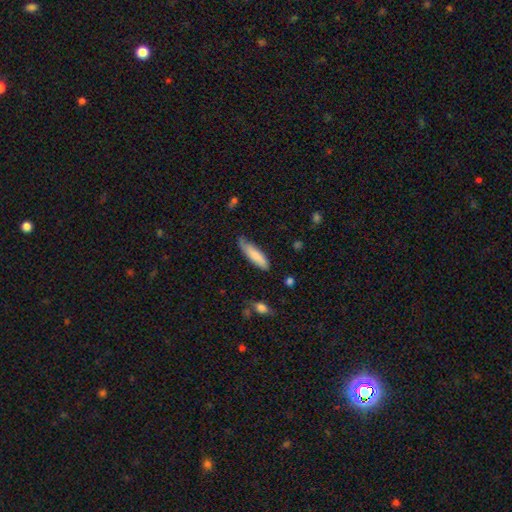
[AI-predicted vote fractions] smooth_or_featured: smooth (p=0.78) [alt: featured or disk p=0.17]
how_rounded: cigar-shaped (p=0.64) [alt: in between p=0.35]
merging: none (p=0.65) [alt: minor disturbance p=0.28]